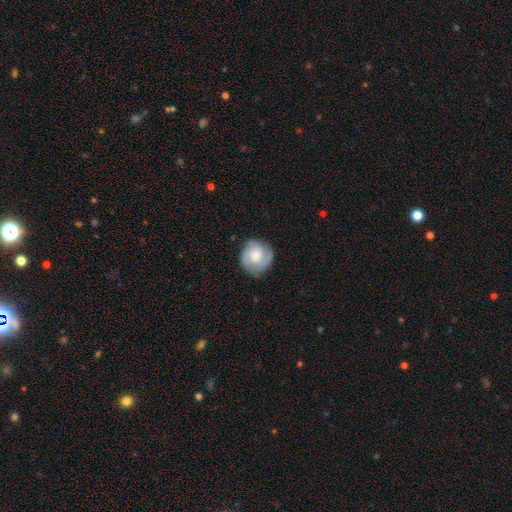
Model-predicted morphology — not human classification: Smooth or featured?
  - smooth: 50% *
  - featured or disk: 43%
  - star or artifact: 7%
How rounded?
  - round: 90% *
  - in between: 9%
  - cigar-shaped: 1%
Merging?
  - none: 80% *
  - minor disturbance: 15%
  - major disturbance: 4%
  - merger: 1%